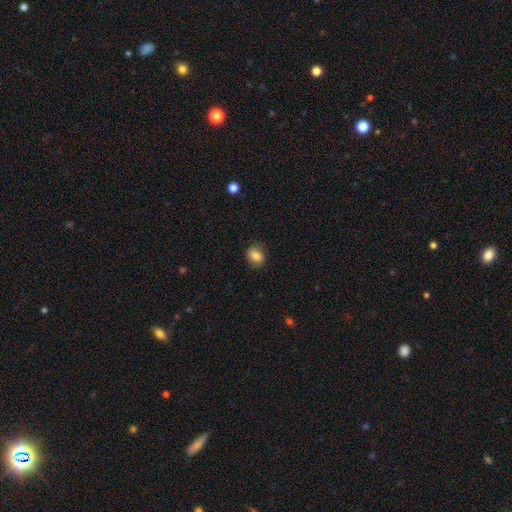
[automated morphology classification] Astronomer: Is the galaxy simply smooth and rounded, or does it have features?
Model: smooth — 83%.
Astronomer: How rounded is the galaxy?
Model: in between — 50% (runner-up: round, 49%).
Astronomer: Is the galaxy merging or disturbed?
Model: none — 79%.